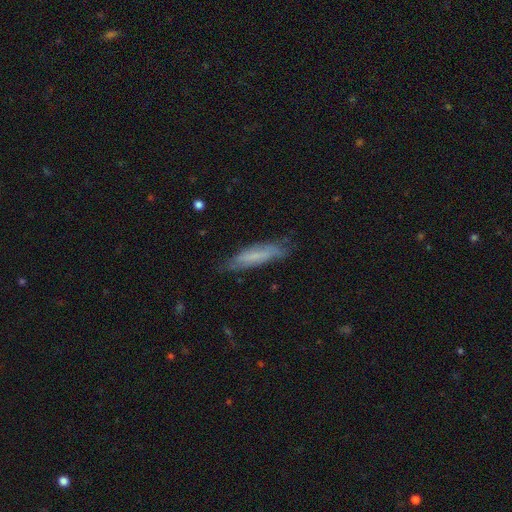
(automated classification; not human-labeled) smooth_or_featured: smooth (p=0.57) [alt: featured or disk p=0.35]
how_rounded: cigar-shaped (p=0.76) [alt: in between p=0.23]
merging: none (p=0.73) [alt: minor disturbance p=0.20]